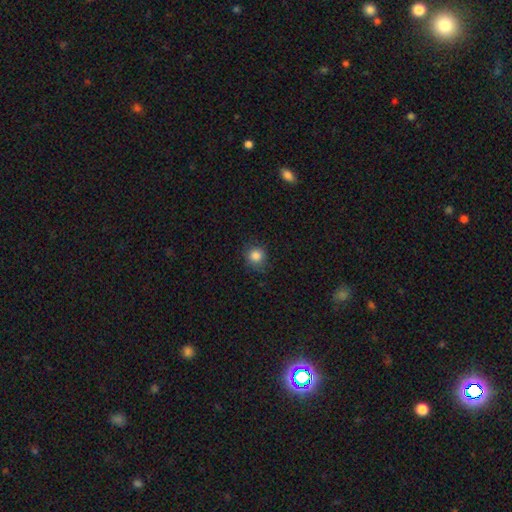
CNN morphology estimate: Smooth or featured? smooth (84%)
How rounded? round (89%)
Merging? none (78%)